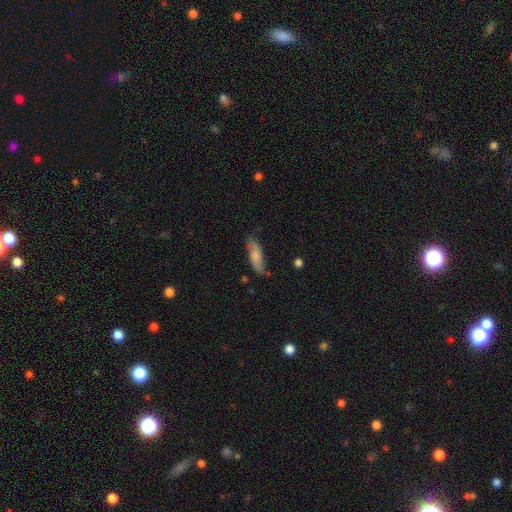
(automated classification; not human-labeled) Overall: smooth (73%). How rounded: cigar-shaped (51%; in between 47%). Merging: none (72%).